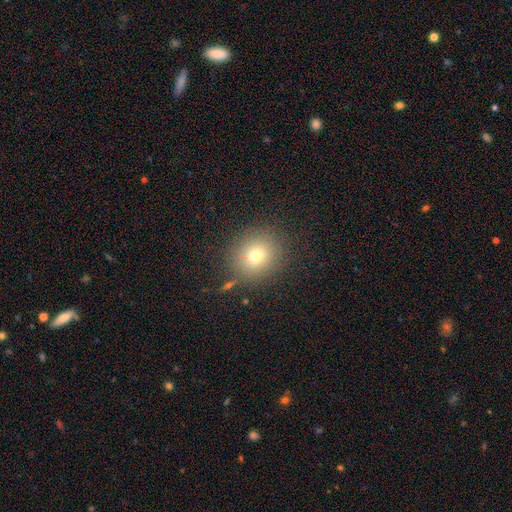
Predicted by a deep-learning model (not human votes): Smooth or featured? Predicted: smooth (p=0.73). How rounded? Predicted: round (p=0.82). Merging? Predicted: none (p=0.83).